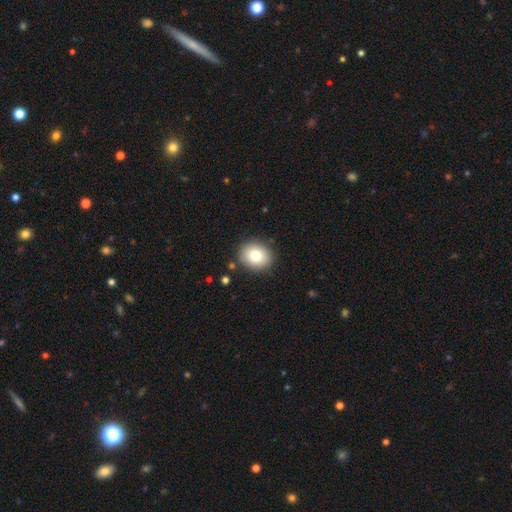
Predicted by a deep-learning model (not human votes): The model was most divided on "how rounded": round: 66%, in between: 33%, cigar-shaped: 1%. More confident: merging — none (87%); smooth or featured — smooth (79%).